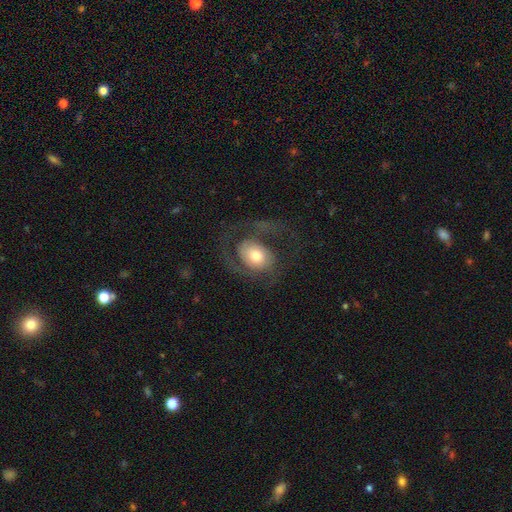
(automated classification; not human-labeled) This appears to be a featured or disk galaxy (61%) with no bar (75%), spiral arms (80%) and a moderate central bulge (55%). Merging: none (47%).